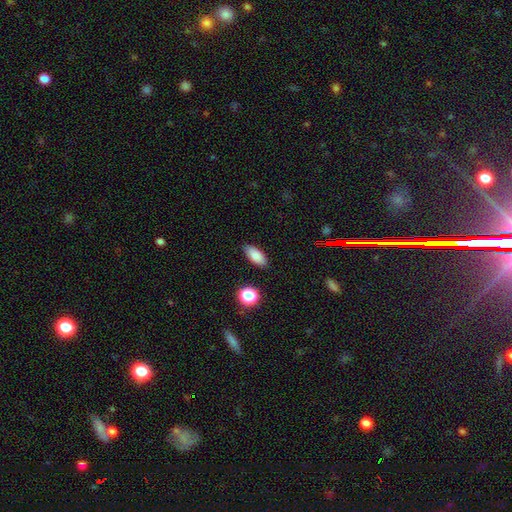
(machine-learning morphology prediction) This is clearly a smooth galaxy (85%). How rounded: clearly in between (87%). Merging: clearly none (87%).